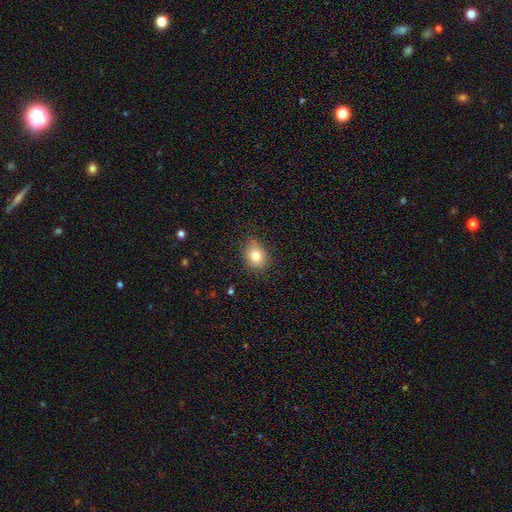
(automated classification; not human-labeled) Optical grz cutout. It shows a smooth galaxy with no disk features (79%) that is in between round and cigar-shaped (52%). Merging: none (80%).